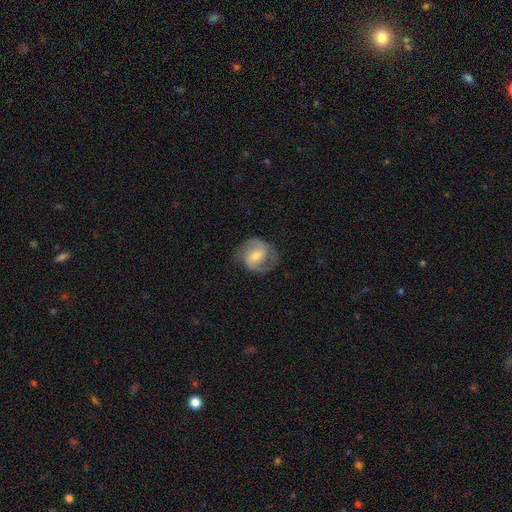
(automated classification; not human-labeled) Q: Smooth or featured?
A: featured or disk (71%); runner-up: smooth (23%)
Q: Edge-on disk?
A: no (98%); runner-up: yes (2%)
Q: Bar?
A: weak (46%); runner-up: no (36%)
Q: Spiral arms?
A: yes (90%); runner-up: no (10%)
Q: Spiral winding?
A: medium (51%); runner-up: tight (26%)
Q: Spiral arm count?
A: 2 (87%); runner-up: can't tell (7%)
Q: Bulge size?
A: moderate (57%); runner-up: small (35%)
Q: Merging?
A: none (71%); runner-up: minor disturbance (19%)